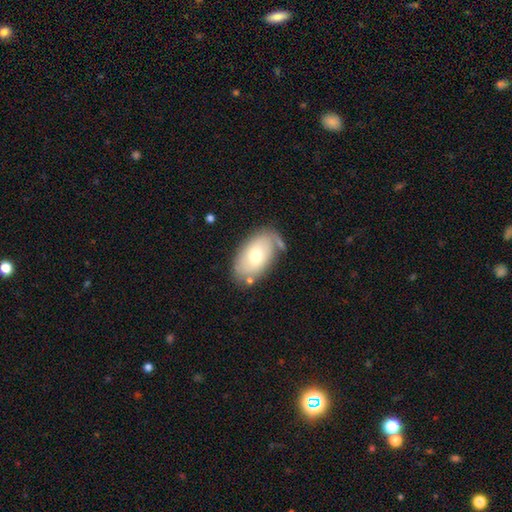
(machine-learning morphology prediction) smooth-or-featured: smooth: 61% | featured or disk: 32% | star or artifact: 7%
  how-rounded: in between: 92% | round: 6% | cigar-shaped: 2%
  merging: none: 64% | minor disturbance: 20% | merger: 9% | major disturbance: 7%